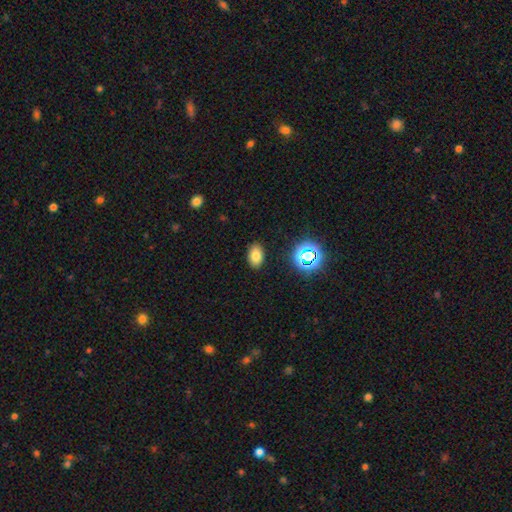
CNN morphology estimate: Smooth or featured? smooth (76%)
How rounded? in between (87%)
Merging? none (87%)